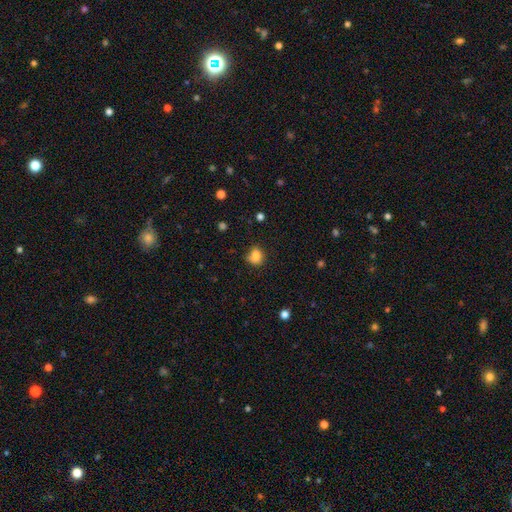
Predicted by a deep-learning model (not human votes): Q: Smooth or featured?
A: smooth (80%); runner-up: star or artifact (11%)
Q: How rounded?
A: round (69%); runner-up: in between (30%)
Q: Merging?
A: none (62%); runner-up: minor disturbance (26%)